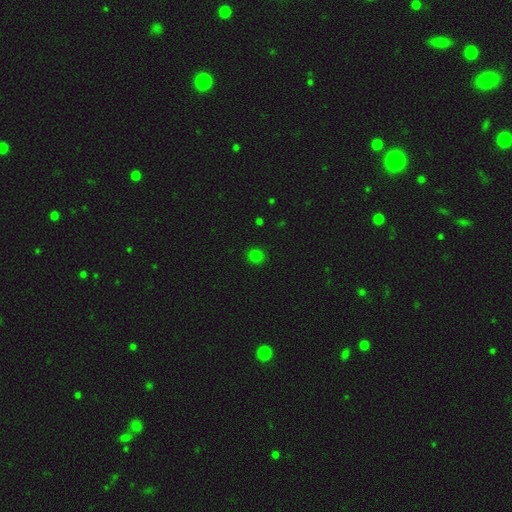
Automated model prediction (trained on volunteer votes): Smooth or featured? Predicted: smooth (p=0.80). How rounded? Predicted: round (p=0.92). Merging? Predicted: none (p=0.92).